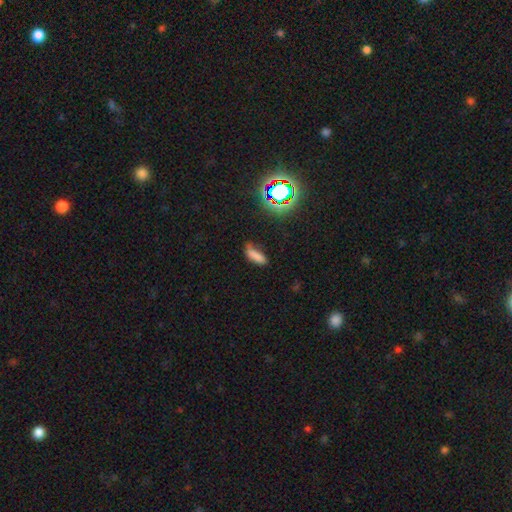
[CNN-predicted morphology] The model was most divided on "how rounded": in between: 54%, cigar-shaped: 44%, round: 3%. More confident: smooth or featured — smooth (74%); merging — none (56%).